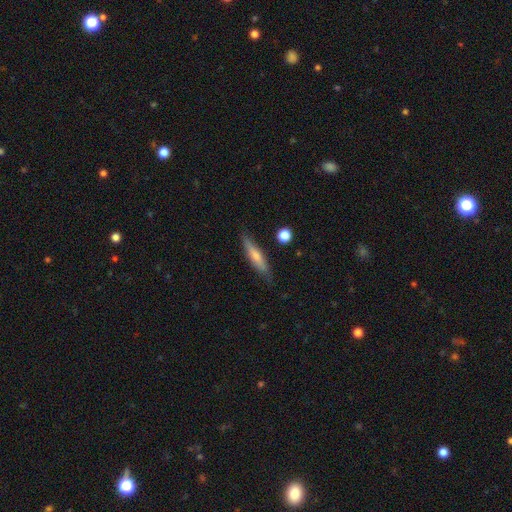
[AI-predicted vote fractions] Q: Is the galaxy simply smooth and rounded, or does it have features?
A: smooth — 53%.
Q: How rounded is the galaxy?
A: cigar-shaped — 85%.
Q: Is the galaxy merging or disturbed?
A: none — 82%.